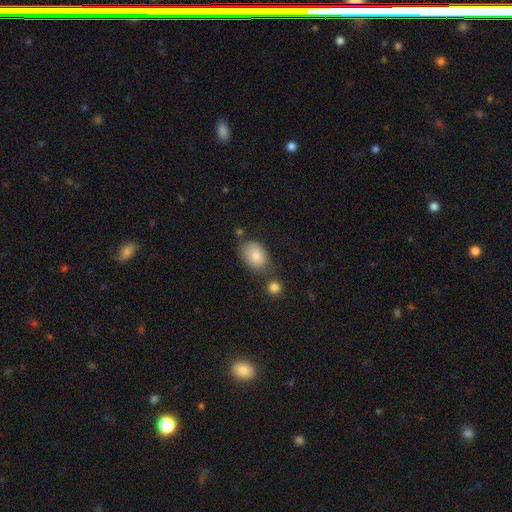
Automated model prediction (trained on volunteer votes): Morphology: type=smooth (80%); roundness=in between (79%); merging=none (65%).